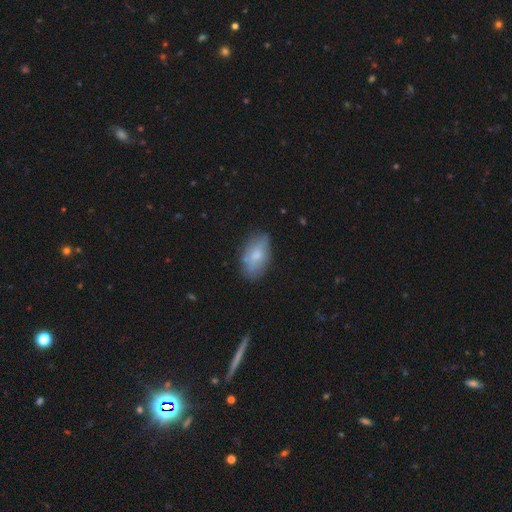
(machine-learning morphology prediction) smooth-or-featured: smooth: 69% | featured or disk: 24% | star or artifact: 7%
  how-rounded: in between: 92% | cigar-shaped: 5% | round: 4%
  merging: none: 73% | minor disturbance: 20% | major disturbance: 4% | merger: 2%